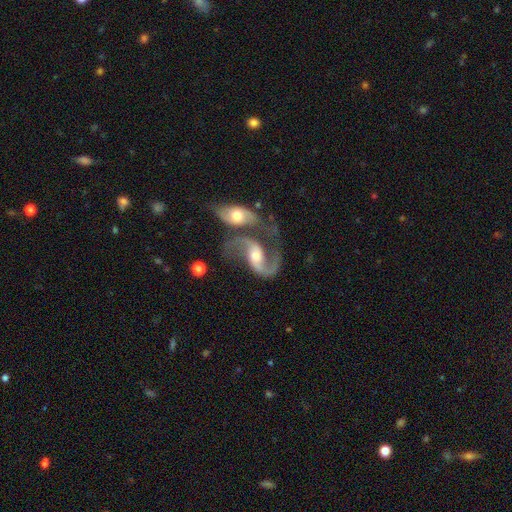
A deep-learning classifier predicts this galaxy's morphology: Smooth or featured? Predicted: featured or disk (p=0.88). Edge-on disk? Predicted: no (p=0.97). Bar? Predicted: weak (p=0.41). Spiral arms? Predicted: yes (p=0.96). Spiral winding? Predicted: loose (p=0.54). Spiral arm count? Predicted: 2 (p=0.86). Bulge size? Predicted: moderate (p=0.64). Merging? Predicted: merger (p=0.51).